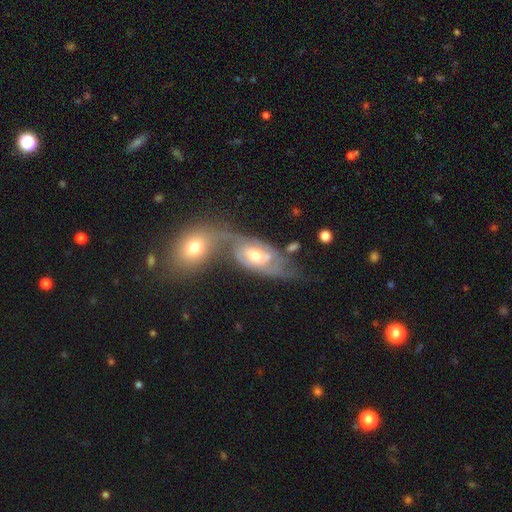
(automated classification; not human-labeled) Smooth or featured?
  - featured or disk: 80% *
  - smooth: 13%
  - star or artifact: 7%
Edge-on disk?
  - no: 94% *
  - yes: 6%
Bar?
  - weak: 44% *
  - no: 41%
  - strong: 15%
Spiral arms?
  - yes: 92% *
  - no: 8%
Spiral winding?
  - medium: 46% *
  - tight: 35%
  - loose: 19%
Spiral arm count?
  - 2: 77% *
  - can't tell: 13%
  - 3: 4%
  - 1: 3%
  - 4: 2%
  - more than 4: 2%
Bulge size?
  - moderate: 67% *
  - small: 21%
  - large: 9%
  - none: 2%
  - dominant: 1%
Merging?
  - merger: 47% *
  - none: 33%
  - minor disturbance: 12%
  - major disturbance: 8%